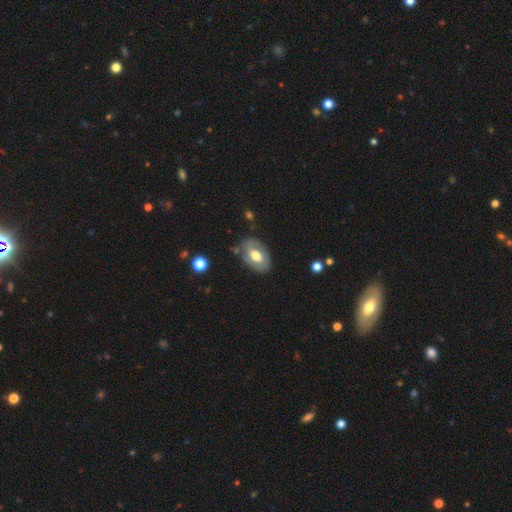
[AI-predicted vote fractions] Smooth or featured? featured or disk (56%)
Edge-on disk? no (93%)
Bar? no (66%)
Spiral arms? no (61%)
Bulge size? moderate (59%)
Merging? none (73%)